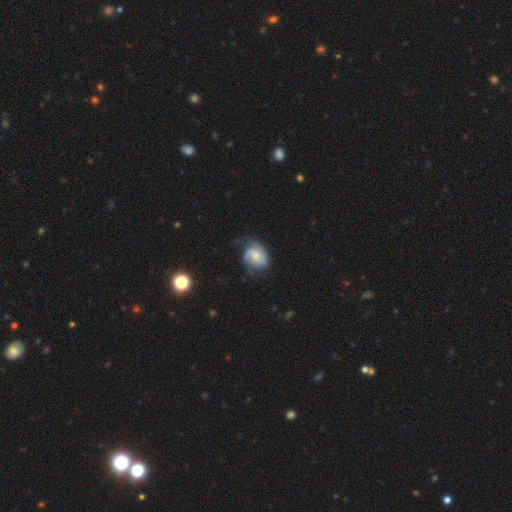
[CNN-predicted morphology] Smooth or featured: featured or disk — 53% (smooth — 39%)
Edge-on disk: no — 97% (yes — 3%)
Bar: no — 64% (weak — 31%)
Spiral arms: yes — 87% (no — 13%)
Bulge size: small — 42% (moderate — 40%)
Merging: none — 52% (minor disturbance — 29%)